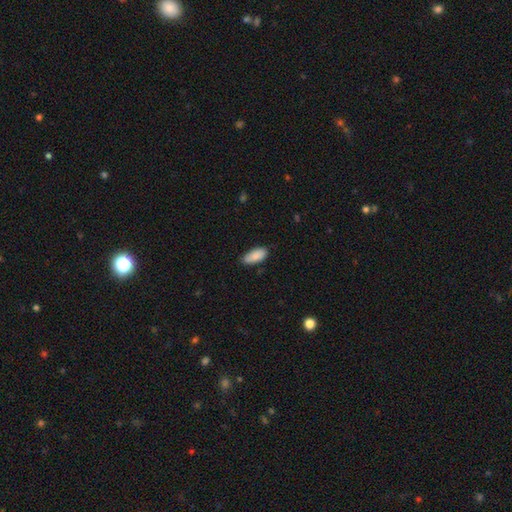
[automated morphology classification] A smooth galaxy with no disk features (88%) that is in between round and cigar-shaped (88%).

Vote fractions:
- Smooth or featured? smooth: 88% / star or artifact: 6% / featured or disk: 6%
- How rounded? in between: 88% / cigar-shaped: 11% / round: 2%
- Merging? none: 73% / minor disturbance: 23% / major disturbance: 3% / merger: 2%